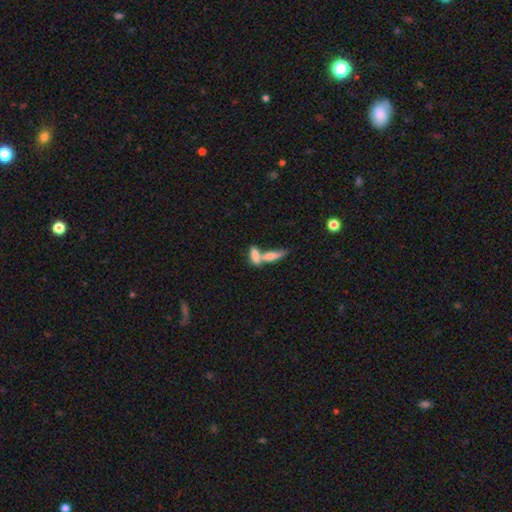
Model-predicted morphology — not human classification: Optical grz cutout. It shows a smooth galaxy with no disk features (71%) that is in between round and cigar-shaped (53%). Merging: merger (65%).